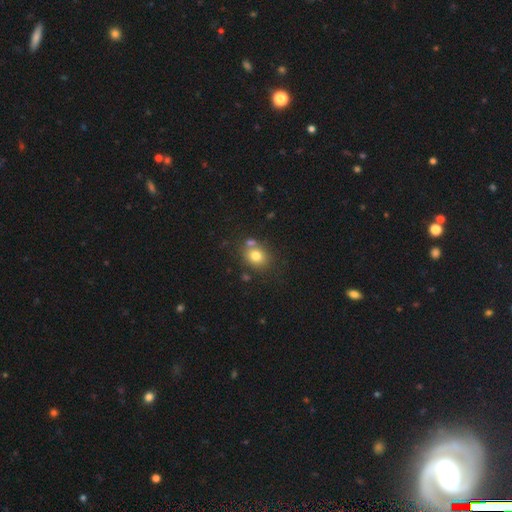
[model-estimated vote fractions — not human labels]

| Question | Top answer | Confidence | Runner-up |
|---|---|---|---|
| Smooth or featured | smooth | 78% | star or artifact (12%) |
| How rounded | round | 59% | in between (40%) |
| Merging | none | 65% | merger (18%) |